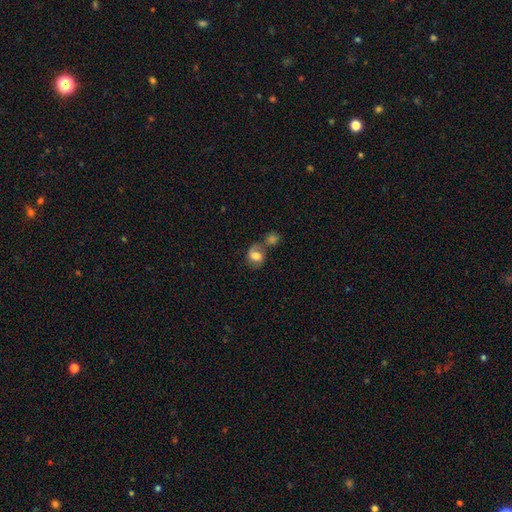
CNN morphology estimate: smooth 58%, featured or disk 32%, star or artifact 9%. Down the decision tree: how rounded — round (53%); merging — none (39%).